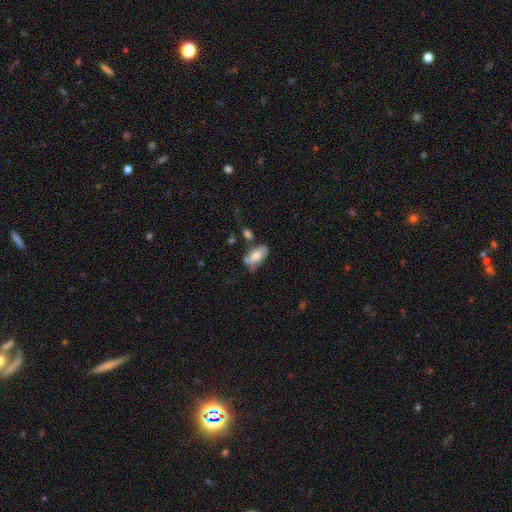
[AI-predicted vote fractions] smooth 62%, featured or disk 30%, star or artifact 7%. Down the decision tree: how rounded — in between (90%); merging — none (45%).